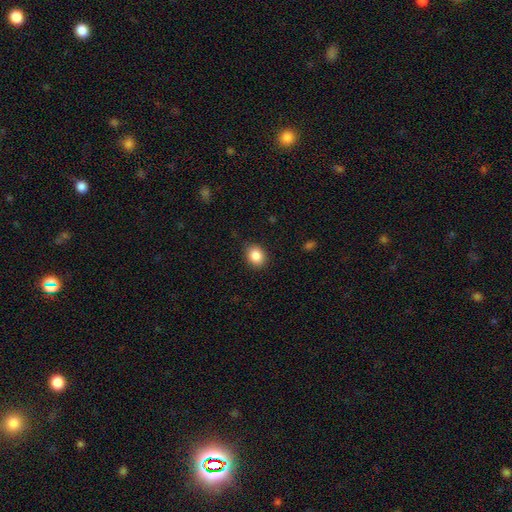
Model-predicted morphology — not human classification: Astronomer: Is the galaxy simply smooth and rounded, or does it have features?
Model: smooth — 87%.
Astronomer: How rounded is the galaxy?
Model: round — 51% (runner-up: in between, 49%).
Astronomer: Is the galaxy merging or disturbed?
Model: none — 85%.